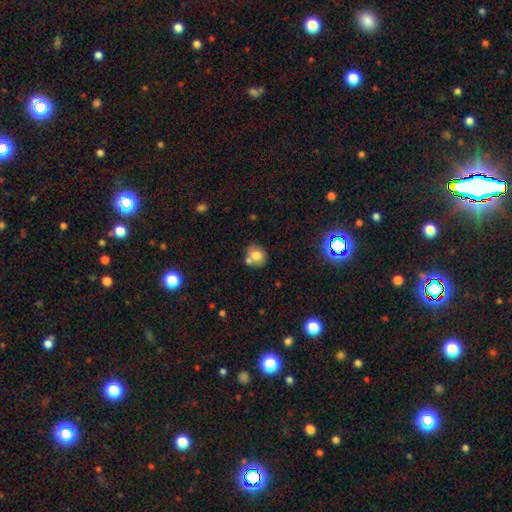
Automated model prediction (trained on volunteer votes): Smooth or featured? smooth (73%)
How rounded? round (72%)
Merging? none (57%)